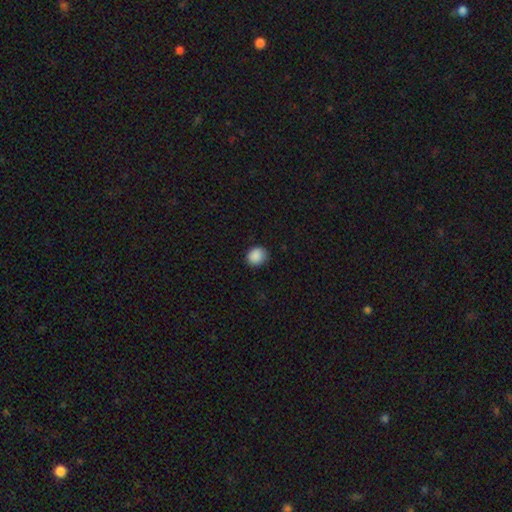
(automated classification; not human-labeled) smooth_or_featured: smooth (p=0.89) [alt: star or artifact p=0.09]
how_rounded: round (p=0.73) [alt: in between p=0.26]
merging: none (p=0.86) [alt: minor disturbance p=0.11]